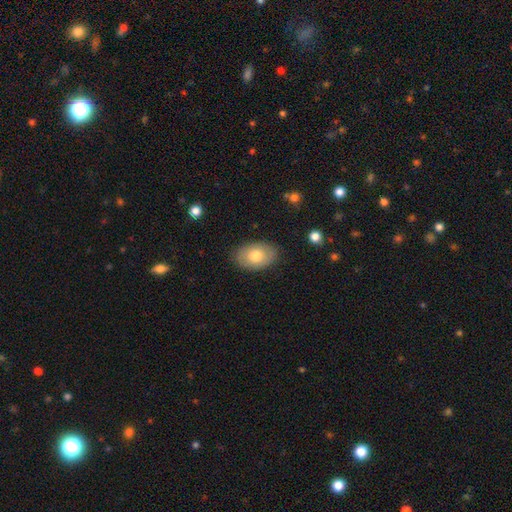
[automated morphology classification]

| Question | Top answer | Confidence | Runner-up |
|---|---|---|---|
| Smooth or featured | smooth | 74% | featured or disk (19%) |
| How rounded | in between | 87% | round (12%) |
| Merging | none | 84% | minor disturbance (12%) |